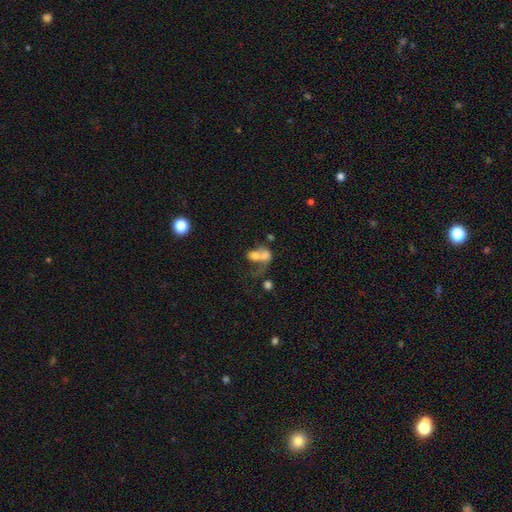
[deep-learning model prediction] smooth 60%, featured or disk 28%, star or artifact 12%. Down the decision tree: how rounded — in between (61%); merging — merger (69%).